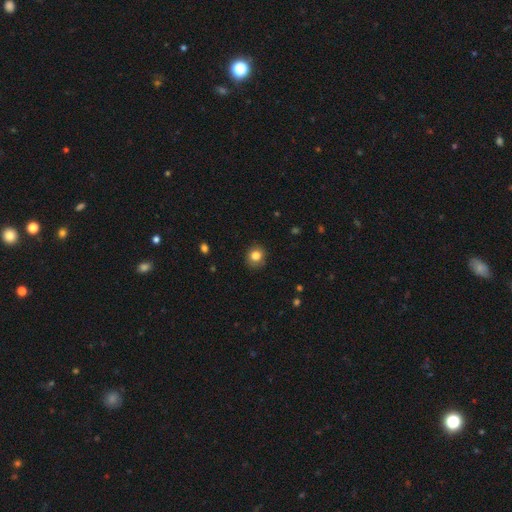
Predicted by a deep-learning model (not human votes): This appears to be a smooth galaxy with no disk features (82%) that is round (83%). Merging: none (86%).